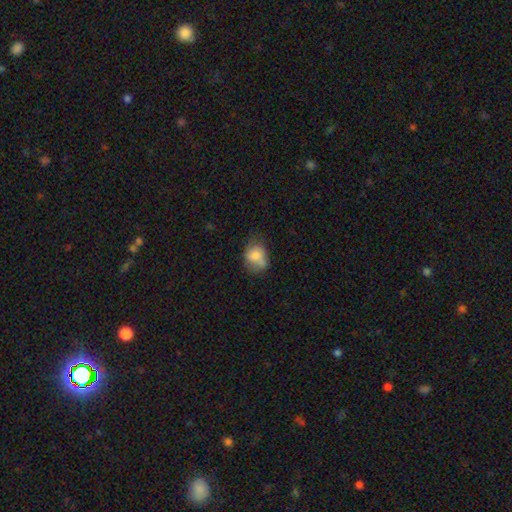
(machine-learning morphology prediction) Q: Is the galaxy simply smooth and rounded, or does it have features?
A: smooth — 73%.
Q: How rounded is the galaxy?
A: in between — 50%.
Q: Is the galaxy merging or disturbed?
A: none — 43%.